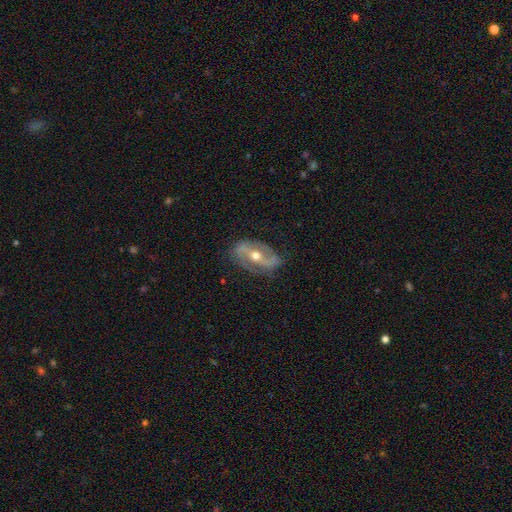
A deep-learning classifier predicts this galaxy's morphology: featured or disk 84%, smooth 11%, star or artifact 6%. Down the decision tree: edge-on disk — no (93%); bar — strong (43%); spiral arms — yes (89%); spiral arm count — 2 (88%); spiral winding — medium (43%); bulge size — moderate (73%); merging — none (74%).